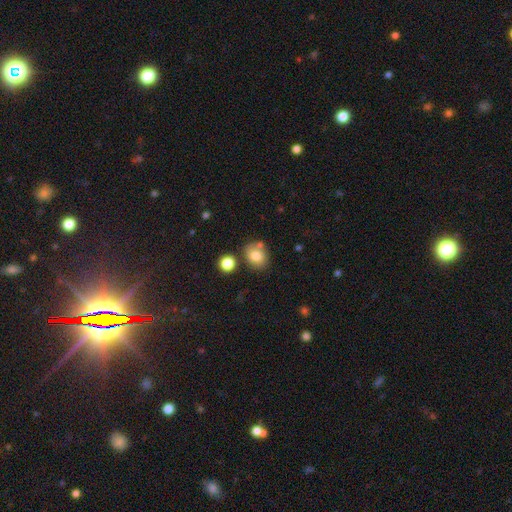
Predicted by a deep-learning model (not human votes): Overall: smooth (80%). How rounded: round (52%; in between 47%). Merging: none (70%).